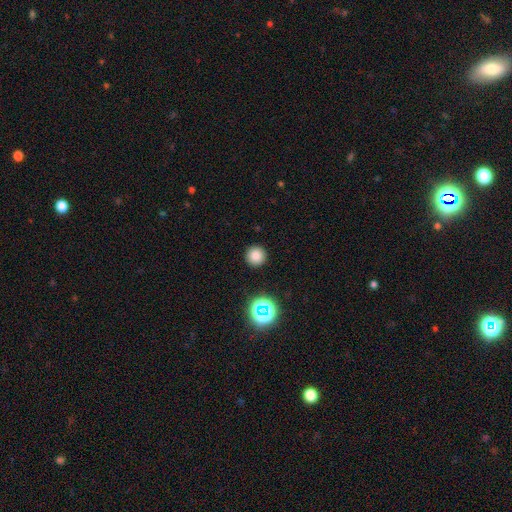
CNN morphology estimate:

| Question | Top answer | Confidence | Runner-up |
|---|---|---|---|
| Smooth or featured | smooth | 80% | star or artifact (15%) |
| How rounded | round | 96% | in between (3%) |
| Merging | none | 92% | minor disturbance (5%) |